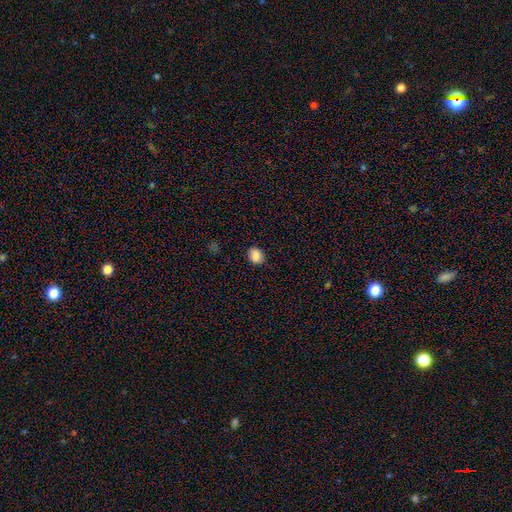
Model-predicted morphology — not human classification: A smooth galaxy with no disk features (87%) that is in between round and cigar-shaped (53%).

Vote fractions:
- Smooth or featured? smooth: 87% / star or artifact: 9% / featured or disk: 4%
- How rounded? in between: 53% / round: 46% / cigar-shaped: 1%
- Merging? none: 86% / minor disturbance: 11% / major disturbance: 2% / merger: 1%